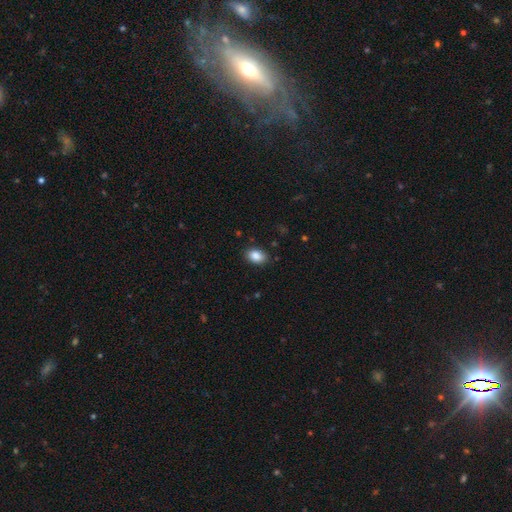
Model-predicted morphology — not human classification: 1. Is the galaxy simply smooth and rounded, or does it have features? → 87% smooth, 8% star or artifact, 5% featured or disk.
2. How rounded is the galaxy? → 80% in between, 18% round, 1% cigar-shaped.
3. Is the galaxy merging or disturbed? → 86% none, 10% minor disturbance, 2% major disturbance, 1% merger.